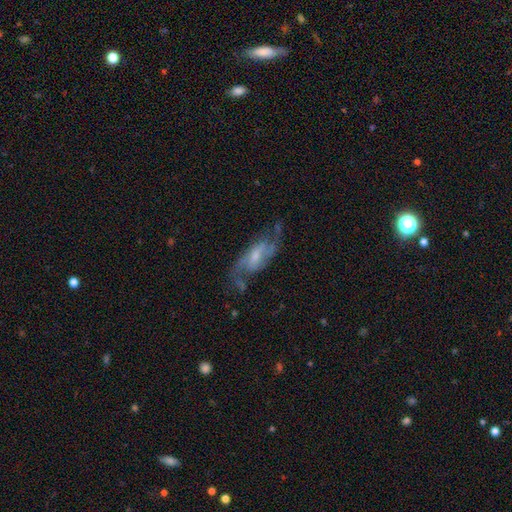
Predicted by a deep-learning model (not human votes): Smooth or featured: featured or disk — 78% (smooth — 15%)
Edge-on disk: no — 90% (yes — 10%)
Bar: weak — 49% (no — 36%)
Spiral arms: yes — 90% (no — 10%)
Spiral winding: medium — 44% (loose — 40%)
Spiral arm count: 2 — 78% (can't tell — 12%)
Bulge size: small — 43% (moderate — 40%)
Merging: none — 61% (minor disturbance — 21%)